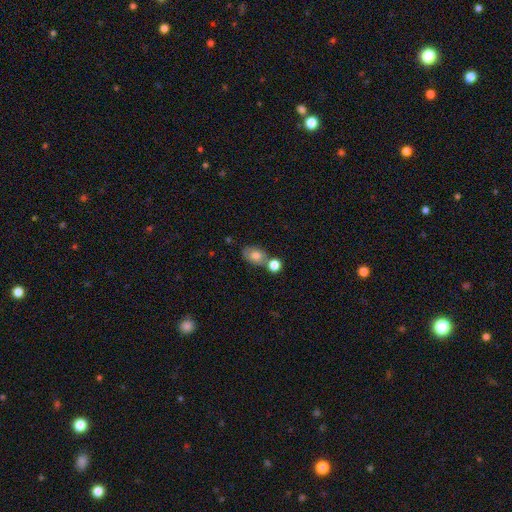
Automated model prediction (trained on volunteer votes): Q: Smooth or featured?
A: smooth (72%); runner-up: featured or disk (18%)
Q: How rounded?
A: in between (69%); runner-up: round (29%)
Q: Merging?
A: none (48%); runner-up: merger (30%)